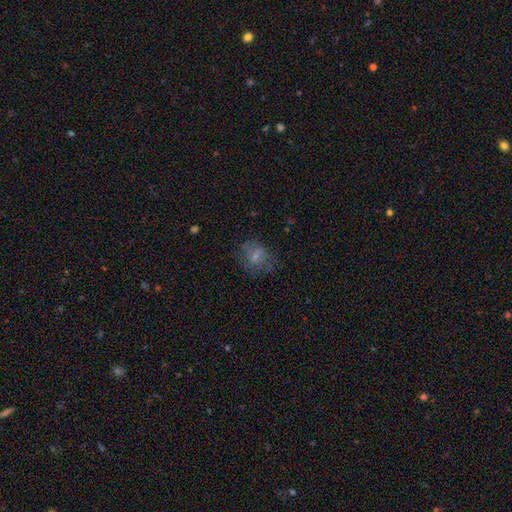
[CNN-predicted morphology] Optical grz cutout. It shows a smooth galaxy with no disk features (58%) that is in between round and cigar-shaped (53%). Merging: none (58%).